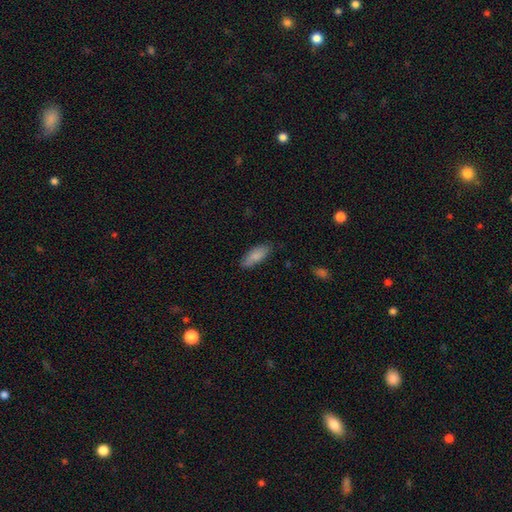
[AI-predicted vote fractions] This is clearly a smooth galaxy (85%). How rounded: likely in between (73%). Merging: likely none (80%).